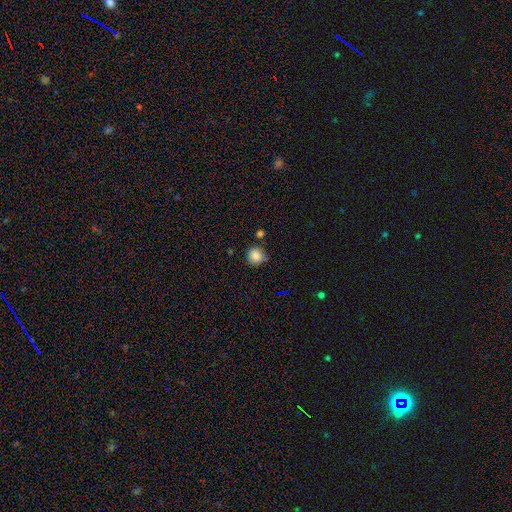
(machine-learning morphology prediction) A smooth galaxy with no disk features (85%) that is round (92%). Merging: none (77%).